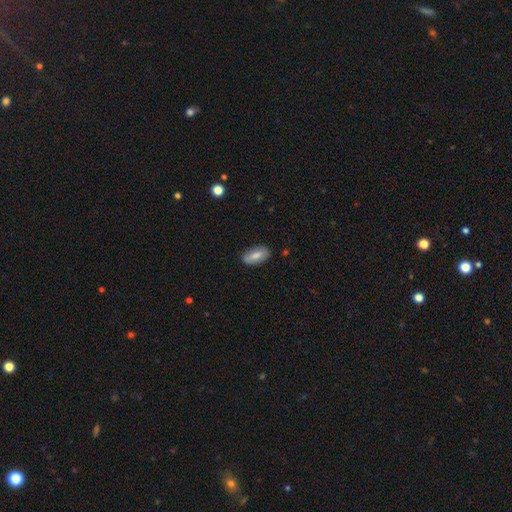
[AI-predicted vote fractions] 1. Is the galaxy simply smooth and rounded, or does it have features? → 75% smooth, 18% featured or disk, 7% star or artifact.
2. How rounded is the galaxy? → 90% in between, 7% cigar-shaped, 3% round.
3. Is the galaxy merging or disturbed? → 82% none, 14% minor disturbance, 3% major disturbance, 1% merger.